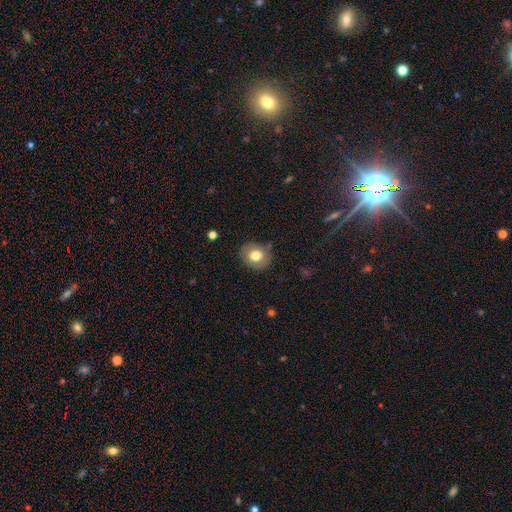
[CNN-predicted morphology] type=smooth (70%); roundness=round (67%); merging=none (80%).